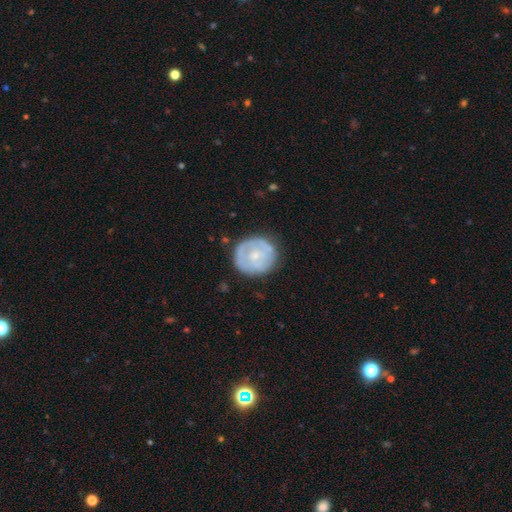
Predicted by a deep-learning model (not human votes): featured or disk 54%, smooth 40%, star or artifact 6%. Down the decision tree: edge-on disk — no (98%); bar — no (79%); spiral arms — no (52%); bulge size — small (59%); merging — none (75%).